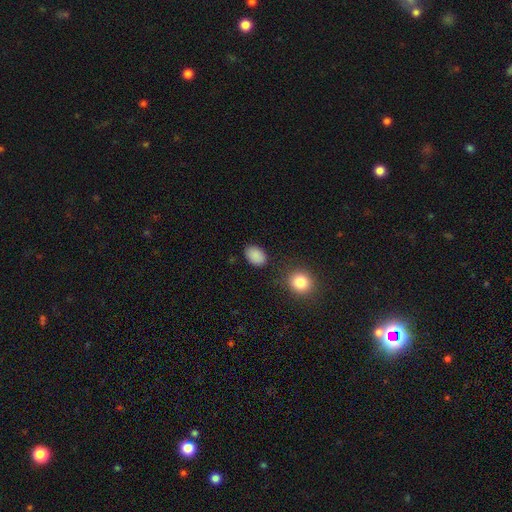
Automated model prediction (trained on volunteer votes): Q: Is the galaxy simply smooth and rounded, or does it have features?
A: smooth — 88%.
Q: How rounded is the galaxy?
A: in between — 80%.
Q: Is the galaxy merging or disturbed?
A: none — 81%.